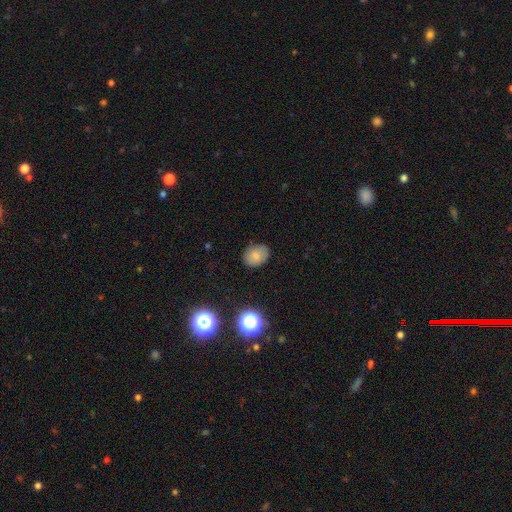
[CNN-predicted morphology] This is likely a smooth galaxy (75%). How rounded: possibly in between (58%). Merging: clearly none (82%).